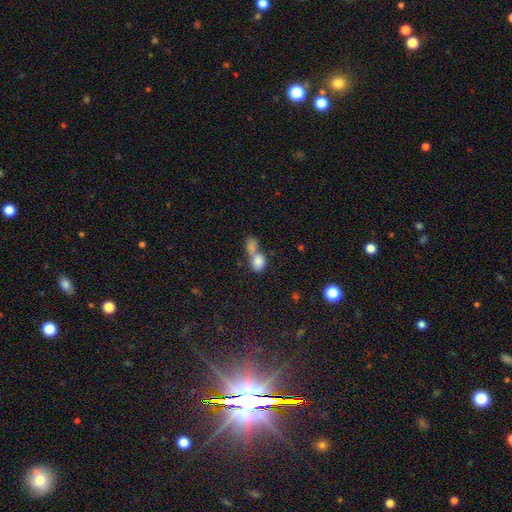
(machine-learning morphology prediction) smooth-or-featured: smooth: 49% | star or artifact: 32% | featured or disk: 19%
  merging: merger: 52% | none: 32% | minor disturbance: 9% | major disturbance: 7%